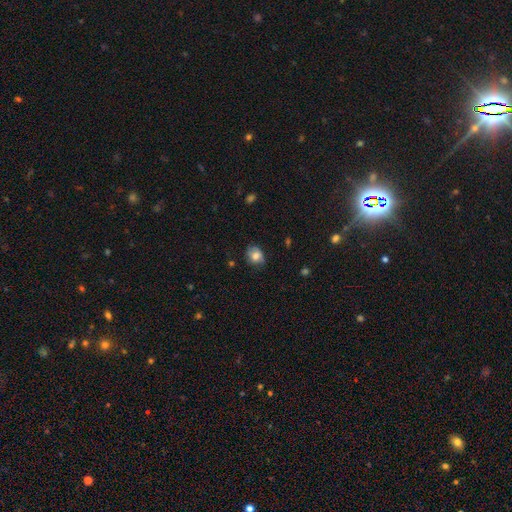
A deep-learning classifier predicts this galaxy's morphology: smooth-or-featured: smooth: 74% | featured or disk: 16% | star or artifact: 10%
  how-rounded: round: 52% | in between: 47% | cigar-shaped: 1%
  merging: none: 68% | minor disturbance: 25% | major disturbance: 6% | merger: 2%